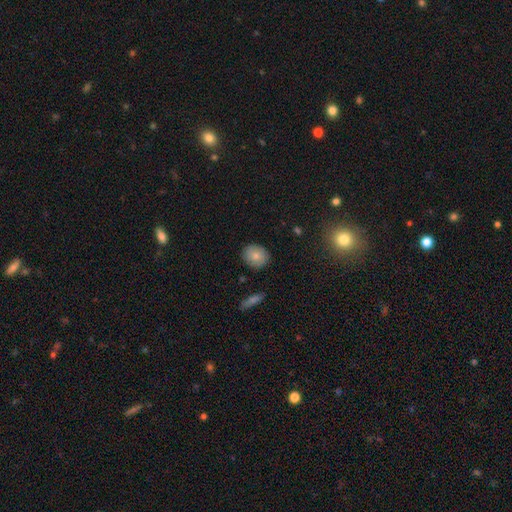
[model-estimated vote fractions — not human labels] Q: Smooth or featured?
A: smooth (78%); runner-up: featured or disk (14%)
Q: How rounded?
A: round (69%); runner-up: in between (30%)
Q: Merging?
A: none (87%); runner-up: minor disturbance (10%)